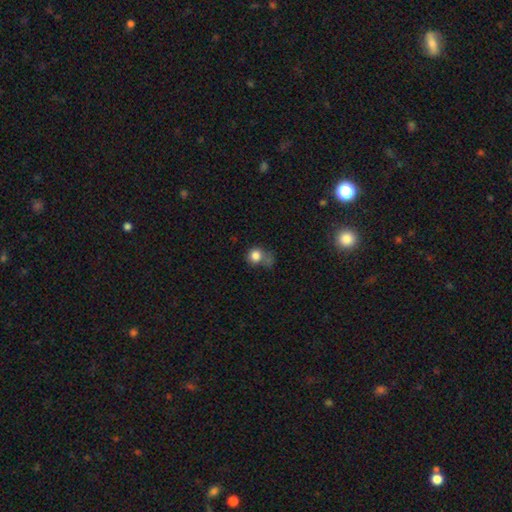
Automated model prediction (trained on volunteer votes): Morphology: type=smooth (80%); roundness=round (81%); merging=none (42%).